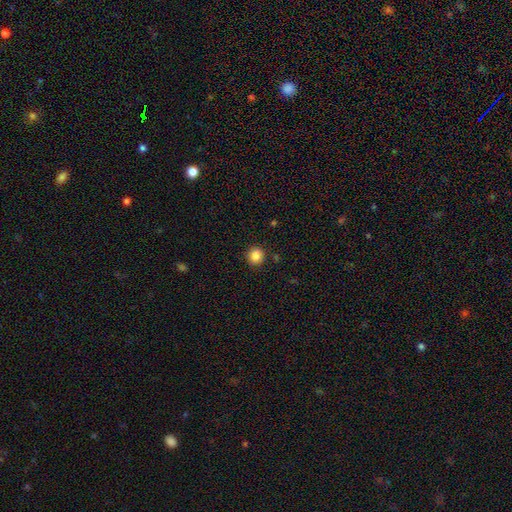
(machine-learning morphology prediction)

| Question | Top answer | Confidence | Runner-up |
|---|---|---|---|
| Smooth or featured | smooth | 86% | star or artifact (11%) |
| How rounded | round | 91% | in between (8%) |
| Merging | none | 90% | minor disturbance (6%) |